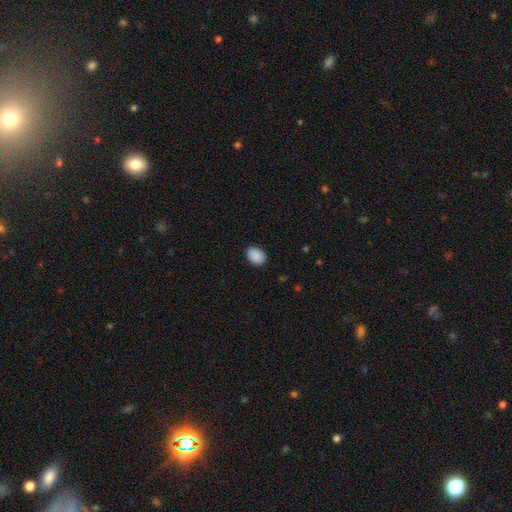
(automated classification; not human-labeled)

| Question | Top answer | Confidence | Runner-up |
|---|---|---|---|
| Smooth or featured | smooth | 90% | star or artifact (7%) |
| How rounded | in between | 69% | round (30%) |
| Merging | none | 87% | minor disturbance (10%) |